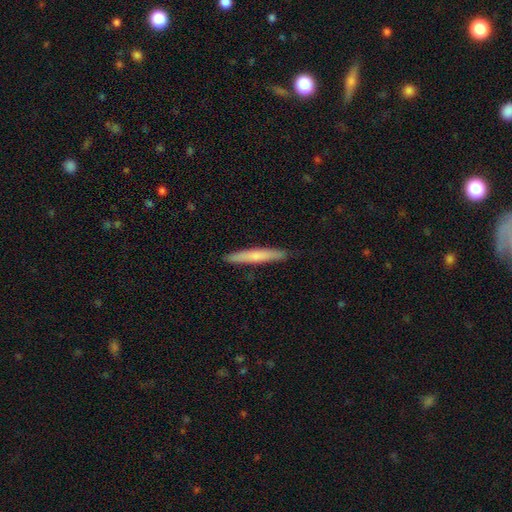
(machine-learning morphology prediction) Smooth or featured: smooth — 65% (featured or disk — 30%)
How rounded: cigar-shaped — 95% (in between — 3%)
Merging: none — 90% (minor disturbance — 7%)